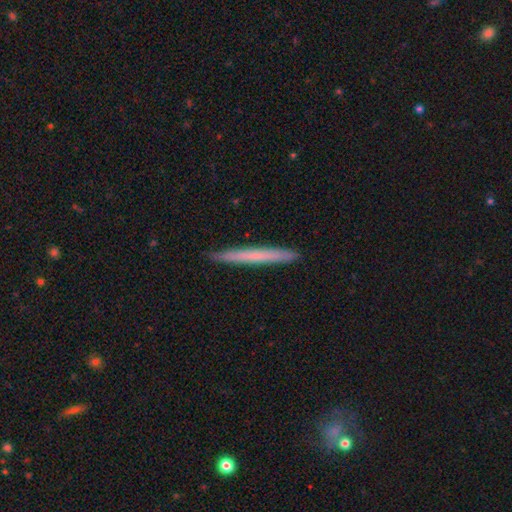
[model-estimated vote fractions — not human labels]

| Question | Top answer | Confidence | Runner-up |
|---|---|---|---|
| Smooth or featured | smooth | 58% | featured or disk (36%) |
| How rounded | cigar-shaped | 97% | in between (1%) |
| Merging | none | 92% | minor disturbance (6%) |